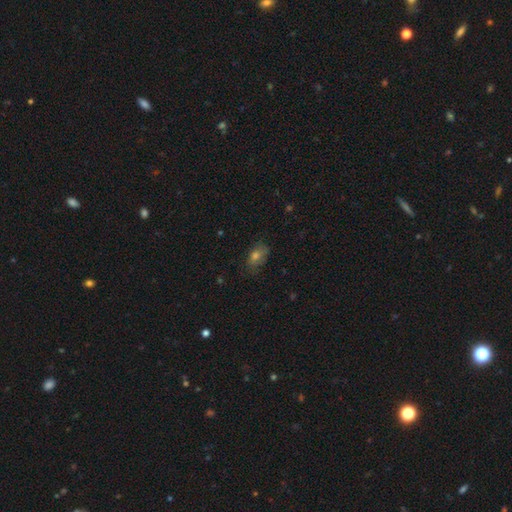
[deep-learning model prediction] This is likely a smooth galaxy (63%). How rounded: clearly in between (81%). Merging: likely none (75%).